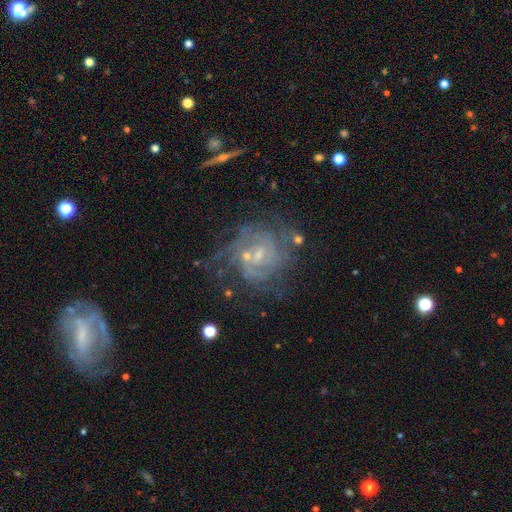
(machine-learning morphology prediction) This appears to be a featured or disk galaxy (76%) with no bar (56%), tight (55%) spiral arms (85%) and a small central bulge (69%). Merging: none (59%).